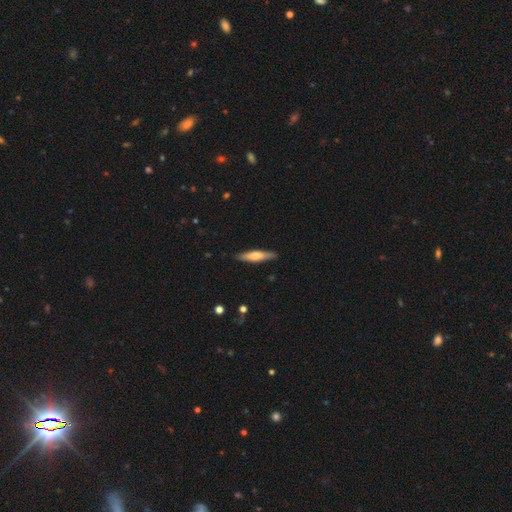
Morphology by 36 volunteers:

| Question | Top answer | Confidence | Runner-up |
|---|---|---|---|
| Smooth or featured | smooth | 58% | featured or disk (39%) |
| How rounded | cigar-shaped | 81% | in between (19%) |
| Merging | none | 97% | merger (3%) |